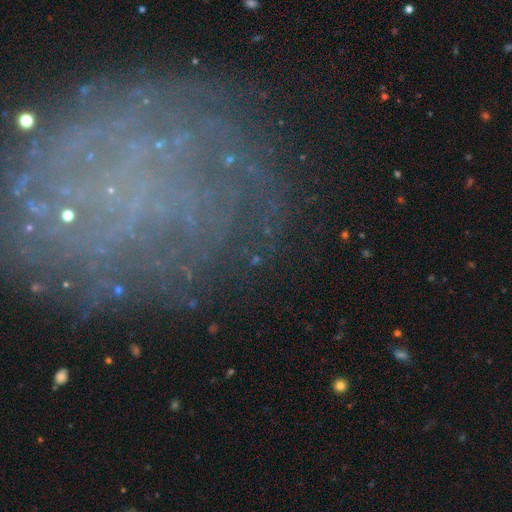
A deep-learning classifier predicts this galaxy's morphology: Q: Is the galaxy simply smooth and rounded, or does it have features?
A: featured or disk — 55%.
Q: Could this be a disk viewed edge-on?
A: no — 92%.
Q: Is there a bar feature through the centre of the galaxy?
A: no — 65%.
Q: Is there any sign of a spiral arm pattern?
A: yes — 69%.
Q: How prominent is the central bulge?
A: small — 53%.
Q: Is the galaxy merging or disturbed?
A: none — 75%.